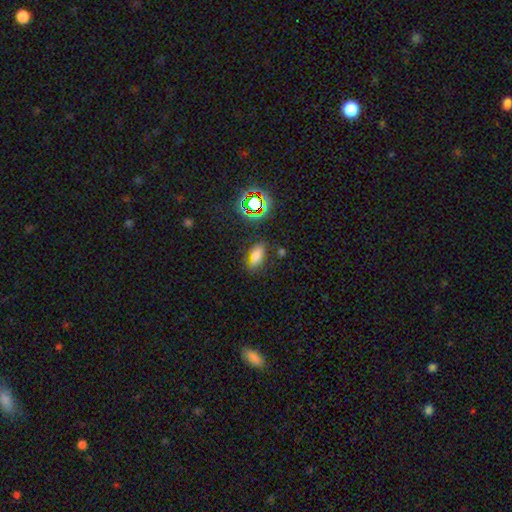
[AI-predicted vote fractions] Smooth or featured: smooth — 67% (star or artifact — 22%)
How rounded: in between — 81% (cigar-shaped — 12%)
Merging: none — 72% (minor disturbance — 18%)